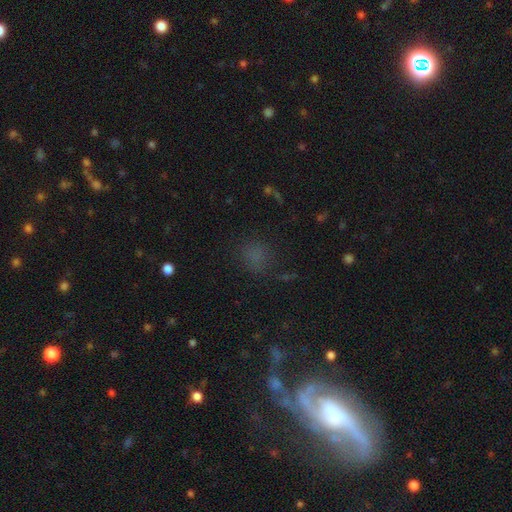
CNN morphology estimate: Smooth or featured: smooth — 66% (star or artifact — 27%)
How rounded: round — 72% (in between — 27%)
Merging: none — 73% (minor disturbance — 16%)